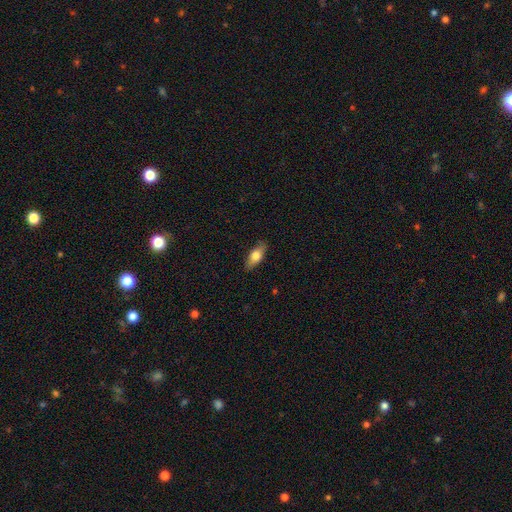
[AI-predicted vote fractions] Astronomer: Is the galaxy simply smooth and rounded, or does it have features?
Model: smooth — 69%.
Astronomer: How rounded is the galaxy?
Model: in between — 76%.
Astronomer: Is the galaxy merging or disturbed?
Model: none — 85%.